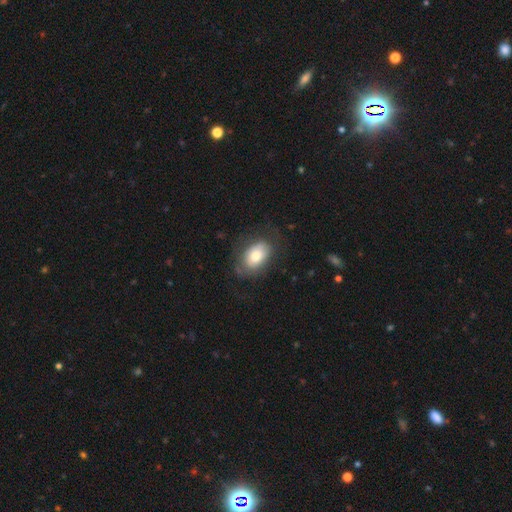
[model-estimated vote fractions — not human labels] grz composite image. It shows a smooth galaxy with no disk features (68%) that is in between round and cigar-shaped (88%). Merging: none (64%).